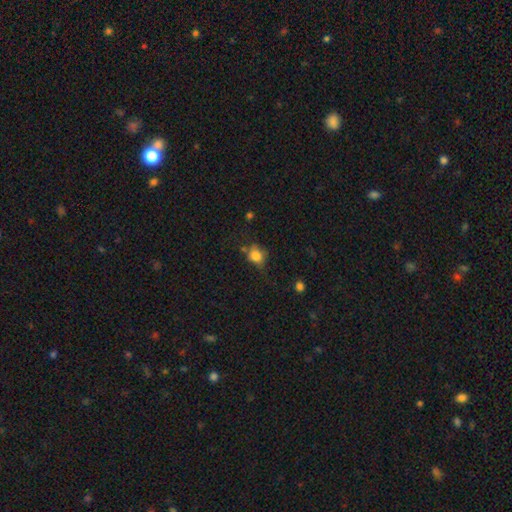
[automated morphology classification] The model was most divided on "merging": none: 55%, minor disturbance: 28%, major disturbance: 10%, merger: 6%. More confident: smooth or featured — smooth (79%); how rounded — round (68%).